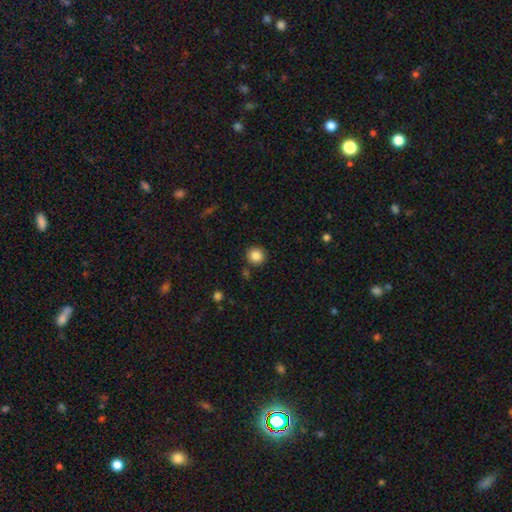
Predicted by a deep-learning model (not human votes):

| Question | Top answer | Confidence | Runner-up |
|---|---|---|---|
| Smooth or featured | smooth | 86% | star or artifact (10%) |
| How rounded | round | 93% | in between (6%) |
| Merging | none | 87% | minor disturbance (7%) |